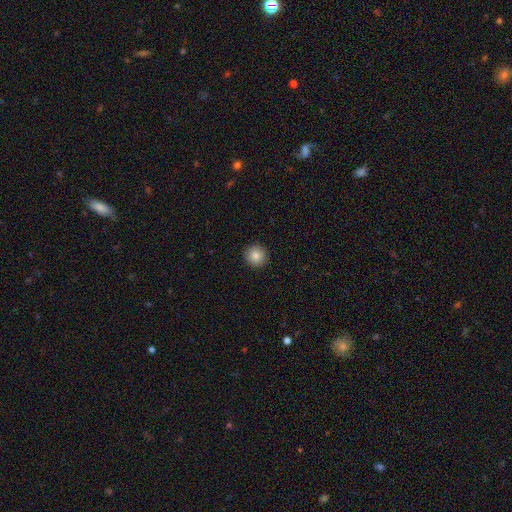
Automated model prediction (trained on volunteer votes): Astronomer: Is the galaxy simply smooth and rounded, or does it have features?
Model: smooth — 85%.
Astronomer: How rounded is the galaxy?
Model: round — 95%.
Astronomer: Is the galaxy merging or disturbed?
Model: none — 93%.